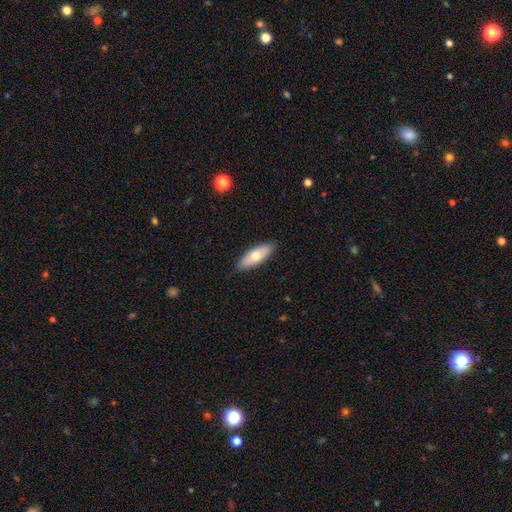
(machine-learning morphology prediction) smooth 67%, featured or disk 27%, star or artifact 6%. Down the decision tree: how rounded — in between (68%); merging — none (88%).